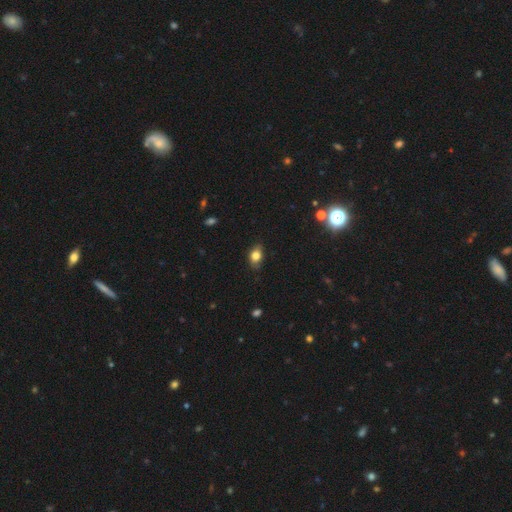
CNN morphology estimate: Smooth or featured? smooth (78%)
How rounded? in between (77%)
Merging? none (72%)